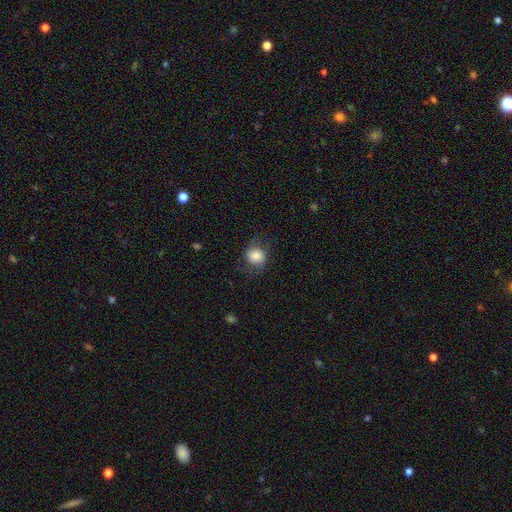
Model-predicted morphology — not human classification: smooth_or_featured: smooth (p=0.77) [alt: featured or disk p=0.14]
how_rounded: round (p=0.72) [alt: in between p=0.27]
merging: none (p=0.69) [alt: minor disturbance p=0.20]